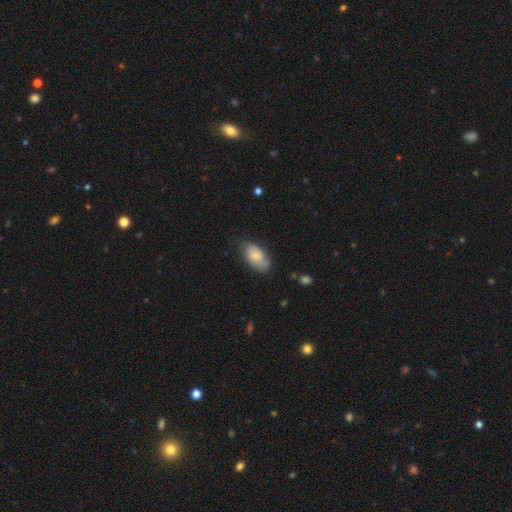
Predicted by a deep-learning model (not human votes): Smooth or featured? Predicted: smooth (p=0.63). How rounded? Predicted: in between (p=0.93). Merging? Predicted: none (p=0.66).